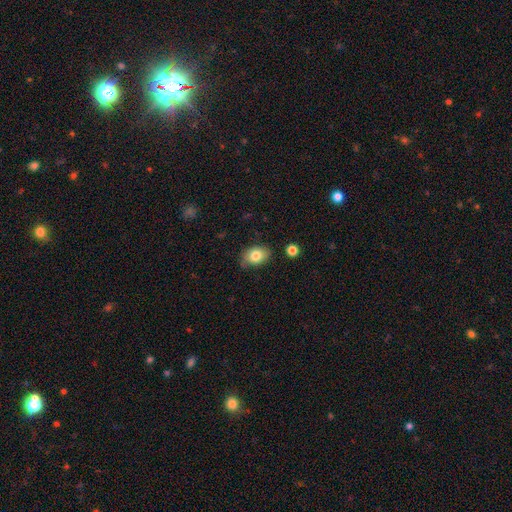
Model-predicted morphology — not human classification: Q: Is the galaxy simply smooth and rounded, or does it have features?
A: smooth — 81%.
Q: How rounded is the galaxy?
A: in between — 77%.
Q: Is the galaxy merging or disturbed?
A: none — 69%.